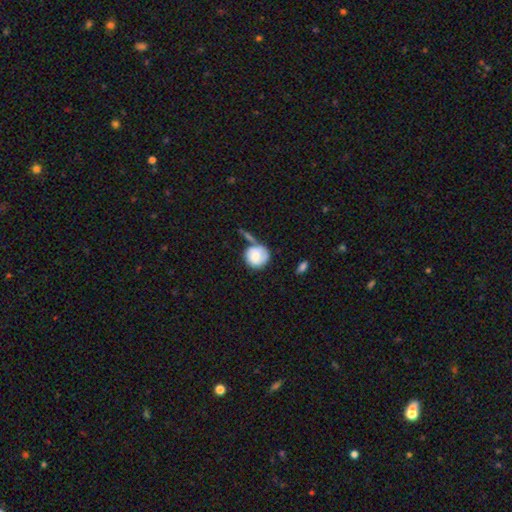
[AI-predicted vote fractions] smooth_or_featured: smooth (p=0.75) [alt: featured or disk p=0.18]
how_rounded: round (p=0.88) [alt: in between p=0.10]
merging: none (p=0.45) [alt: minor disturbance p=0.24]